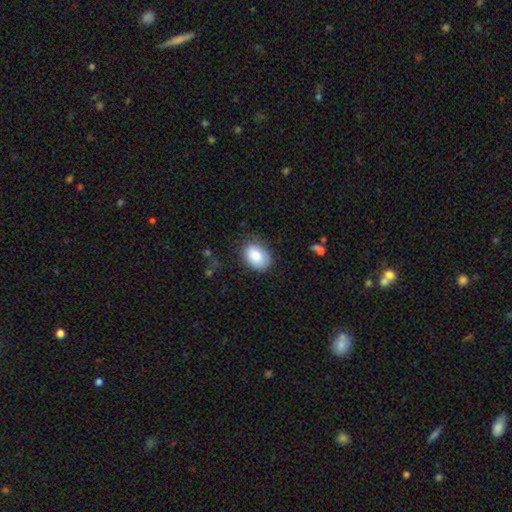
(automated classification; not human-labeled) smooth 85%, featured or disk 8%, star or artifact 7%. Down the decision tree: how rounded — in between (79%); merging — none (77%).